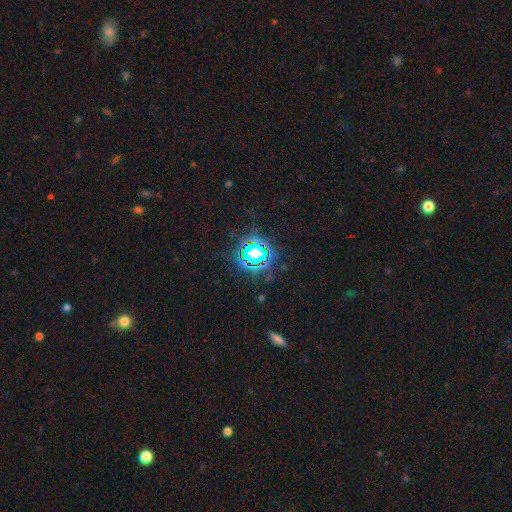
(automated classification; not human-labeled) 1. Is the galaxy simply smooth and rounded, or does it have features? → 66% star or artifact, 22% smooth, 12% featured or disk.